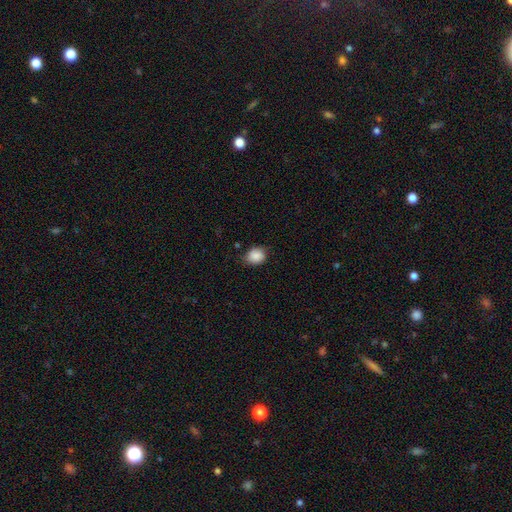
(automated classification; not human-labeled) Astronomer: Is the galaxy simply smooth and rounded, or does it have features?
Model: smooth — 87%.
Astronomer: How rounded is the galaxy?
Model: round — 61% (runner-up: in between, 38%).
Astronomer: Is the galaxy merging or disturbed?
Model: none — 71%.